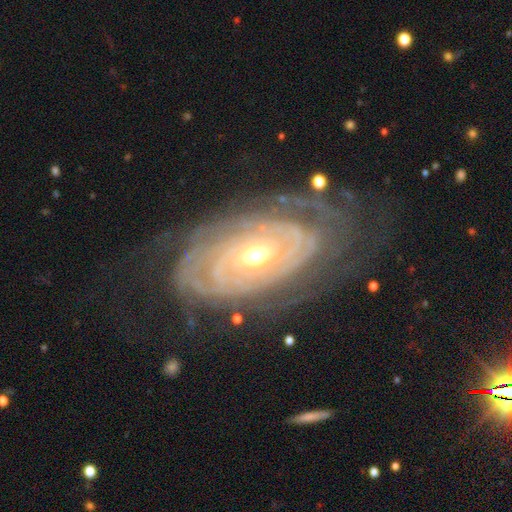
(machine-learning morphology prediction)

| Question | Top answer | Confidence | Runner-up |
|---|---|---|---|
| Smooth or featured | featured or disk | 89% | smooth (6%) |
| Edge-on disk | no | 94% | yes (6%) |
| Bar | no | 59% | weak (27%) |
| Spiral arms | yes | 94% | no (6%) |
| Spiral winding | tight | 82% | medium (14%) |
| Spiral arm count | can't tell | 39% | 2 (20%) |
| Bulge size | moderate | 63% | small (31%) |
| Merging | none | 72% | minor disturbance (17%) |